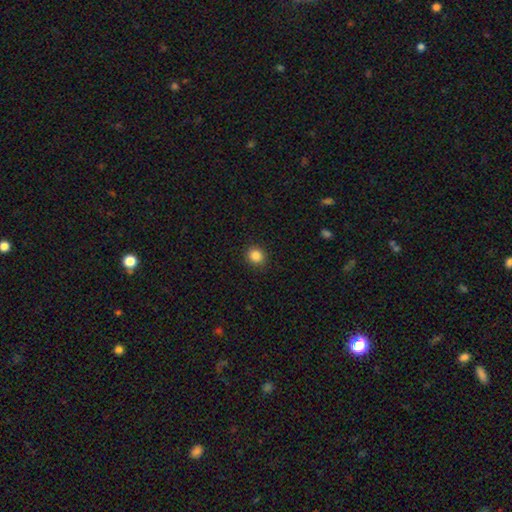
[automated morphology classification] Overall: smooth (86%). How rounded: round (86%). Merging: none (91%).